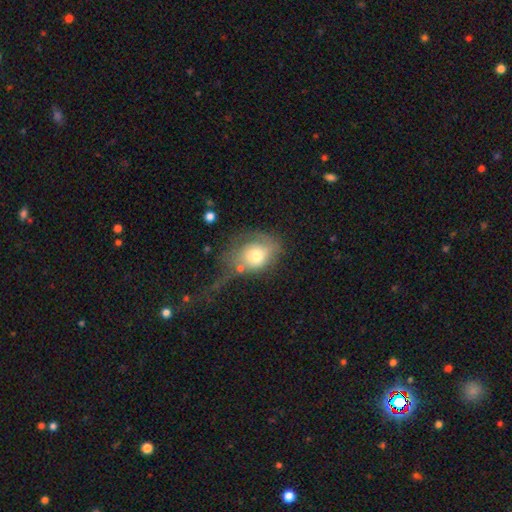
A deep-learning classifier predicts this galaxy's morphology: smooth_or_featured: smooth (p=0.66) [alt: featured or disk p=0.26]
how_rounded: in between (p=0.52) [alt: round p=0.46]
merging: major disturbance (p=0.40) [alt: none p=0.26]